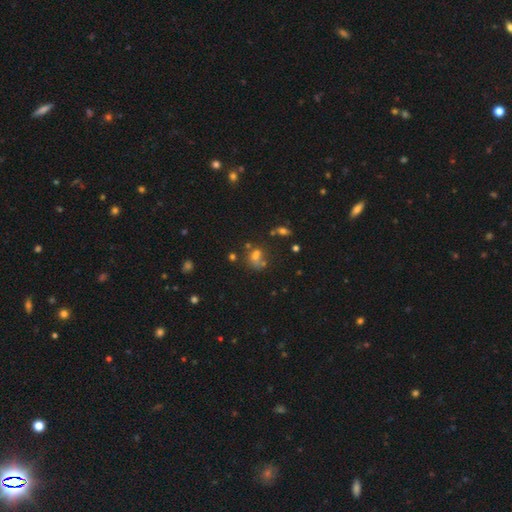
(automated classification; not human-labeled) smooth_or_featured: smooth (p=0.56) [alt: star or artifact p=0.27]
how_rounded: round (p=0.51) [alt: in between p=0.46]
merging: none (p=0.42) [alt: merger p=0.30]